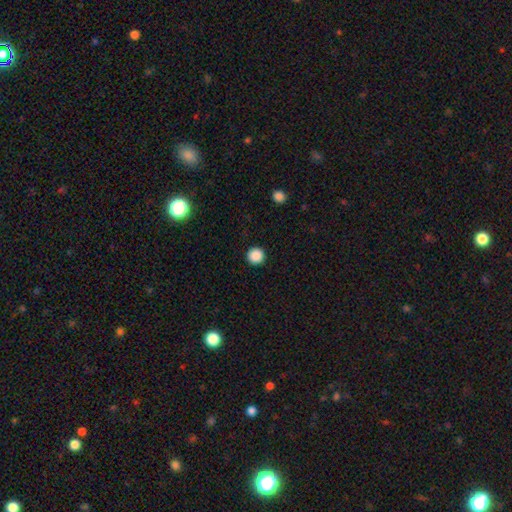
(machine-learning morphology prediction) Smooth or featured: smooth — 88% (star or artifact — 10%)
How rounded: round — 96% (in between — 3%)
Merging: none — 93% (minor disturbance — 4%)